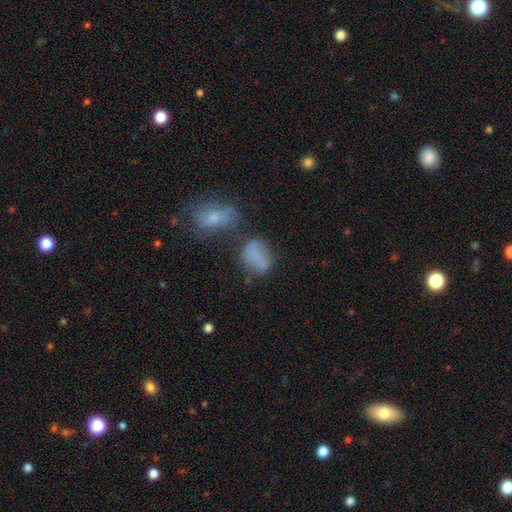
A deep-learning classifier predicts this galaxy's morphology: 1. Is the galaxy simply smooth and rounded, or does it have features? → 70% smooth, 16% featured or disk, 14% star or artifact.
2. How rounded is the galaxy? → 71% in between, 26% round, 3% cigar-shaped.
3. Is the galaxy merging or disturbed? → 41% none, 23% minor disturbance, 21% merger, 15% major disturbance.